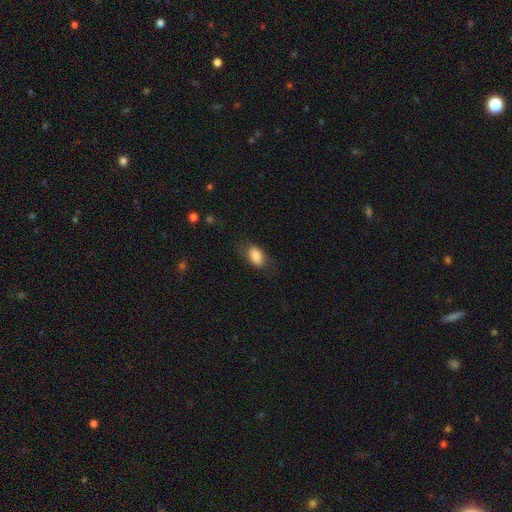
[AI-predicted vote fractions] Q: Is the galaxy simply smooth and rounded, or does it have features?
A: smooth — 85%.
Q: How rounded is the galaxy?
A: in between — 88%.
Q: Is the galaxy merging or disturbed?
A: none — 73%.